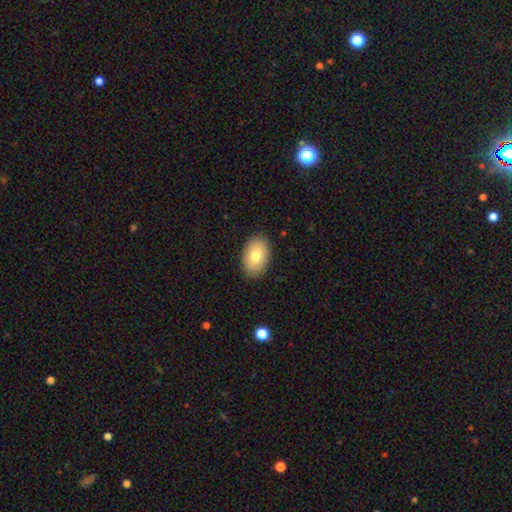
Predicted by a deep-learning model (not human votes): Q: Smooth or featured?
A: smooth (77%); runner-up: featured or disk (15%)
Q: How rounded?
A: in between (90%); runner-up: round (9%)
Q: Merging?
A: none (88%); runner-up: minor disturbance (9%)